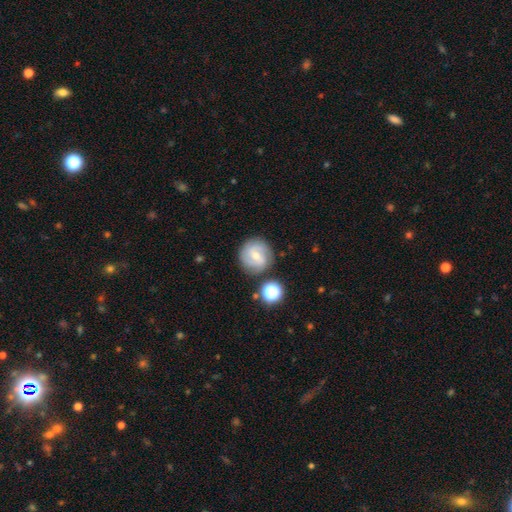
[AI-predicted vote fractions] Overall: featured or disk (57%; smooth 34%). Edge-on disk: no (97%). Bar: weak (51%; no 31%). Spiral arms: yes (85%). Bulge size: small (49%; moderate 46%). Merging: none (77%).